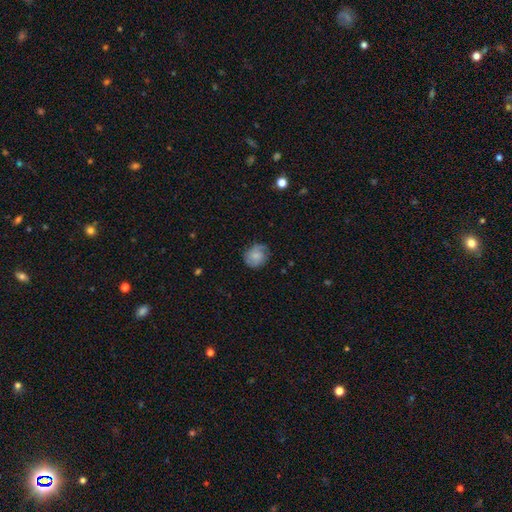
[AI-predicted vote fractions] A smooth galaxy with no disk features (61%) that is round (73%).

Vote fractions:
- Smooth or featured? smooth: 61% / featured or disk: 31% / star or artifact: 8%
- How rounded? round: 73% / in between: 26% / cigar-shaped: 1%
- Merging? none: 64% / minor disturbance: 26% / major disturbance: 9% / merger: 1%